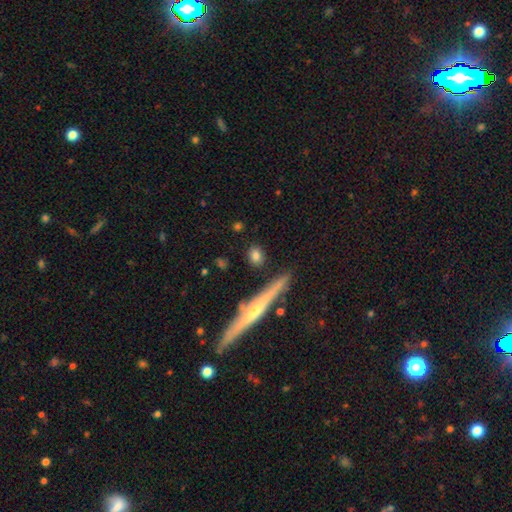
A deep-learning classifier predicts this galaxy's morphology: smooth-or-featured: smooth: 78% | featured or disk: 13% | star or artifact: 9%
  how-rounded: round: 44% | in between: 43% | cigar-shaped: 13%
  merging: none: 84% | minor disturbance: 9% | merger: 4% | major disturbance: 3%